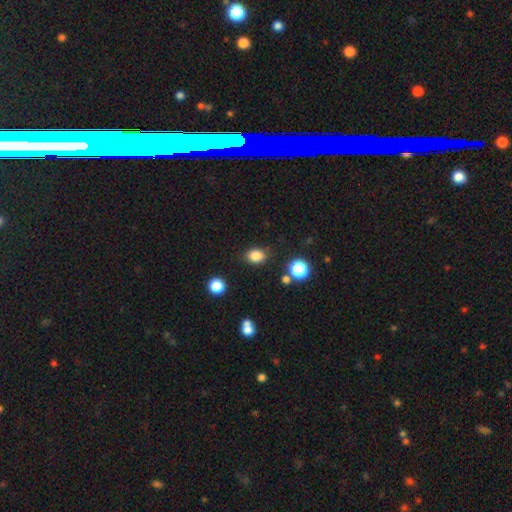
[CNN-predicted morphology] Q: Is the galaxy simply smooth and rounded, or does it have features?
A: smooth — 84%.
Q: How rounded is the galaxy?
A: in between — 63%.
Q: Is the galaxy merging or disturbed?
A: none — 81%.